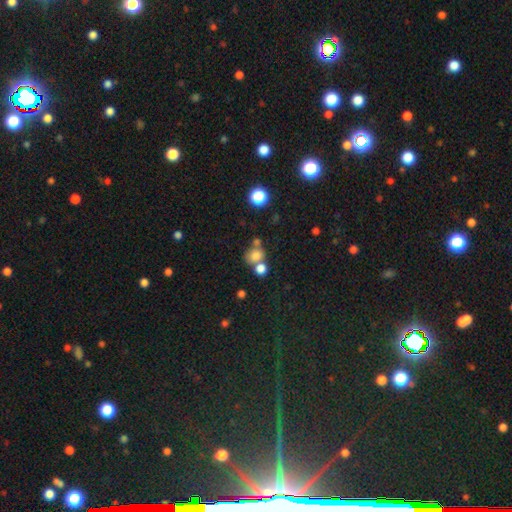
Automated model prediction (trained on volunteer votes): This is likely a smooth galaxy (74%). How rounded: likely round (68%). Merging: marginally none (44%).